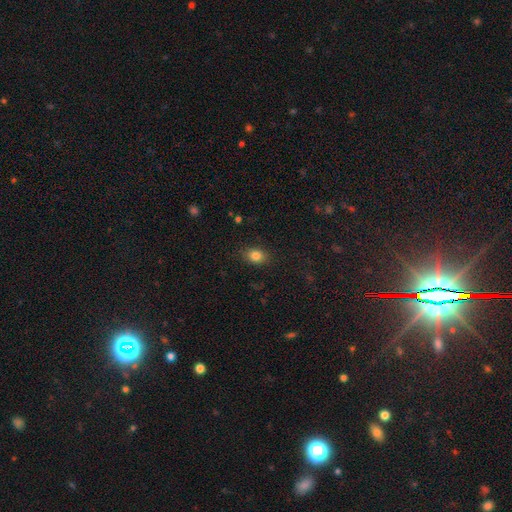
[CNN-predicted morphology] smooth_or_featured: smooth (p=0.83) [alt: star or artifact p=0.10]
how_rounded: in between (p=0.66) [alt: round p=0.32]
merging: none (p=0.86) [alt: minor disturbance p=0.10]